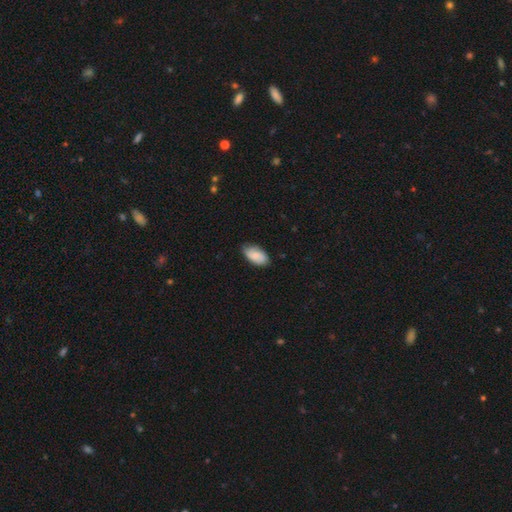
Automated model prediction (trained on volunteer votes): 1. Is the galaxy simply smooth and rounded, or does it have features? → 82% smooth, 12% featured or disk, 6% star or artifact.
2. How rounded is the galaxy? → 95% in between, 3% round, 3% cigar-shaped.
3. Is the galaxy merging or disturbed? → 77% none, 19% minor disturbance, 3% major disturbance, 1% merger.